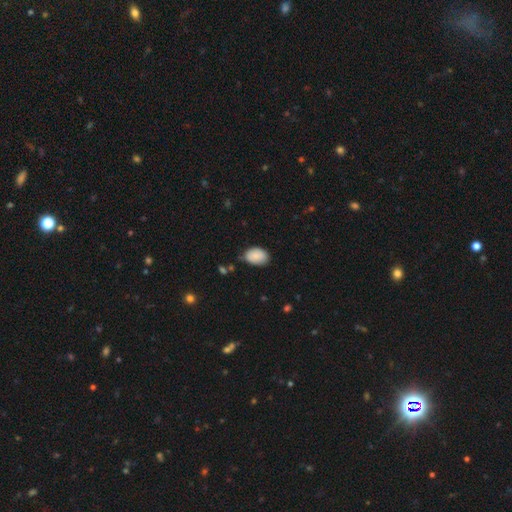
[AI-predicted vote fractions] Smooth or featured?
  - smooth: 85% *
  - featured or disk: 8%
  - star or artifact: 7%
How rounded?
  - in between: 84% *
  - round: 15%
  - cigar-shaped: 1%
Merging?
  - none: 70% *
  - minor disturbance: 24%
  - major disturbance: 4%
  - merger: 2%